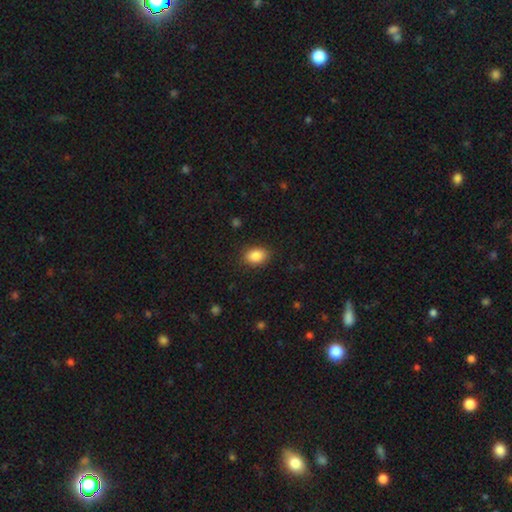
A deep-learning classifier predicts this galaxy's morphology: type=smooth (87%); roundness=in between (75%); merging=none (86%).